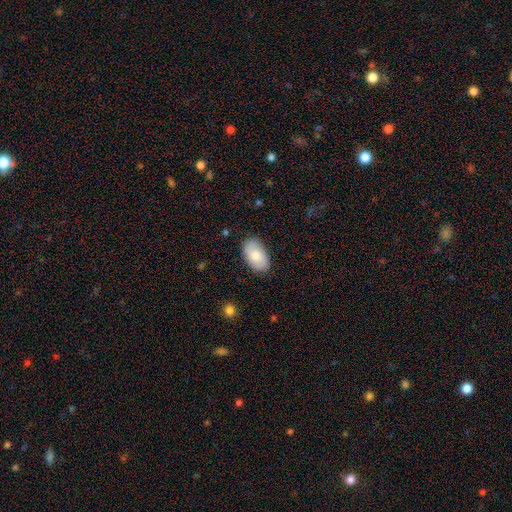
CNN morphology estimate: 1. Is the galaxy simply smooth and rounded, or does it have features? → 78% smooth, 16% featured or disk, 6% star or artifact.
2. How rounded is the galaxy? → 94% in between, 4% round, 1% cigar-shaped.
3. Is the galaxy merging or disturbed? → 83% none, 13% minor disturbance, 3% major disturbance, 1% merger.